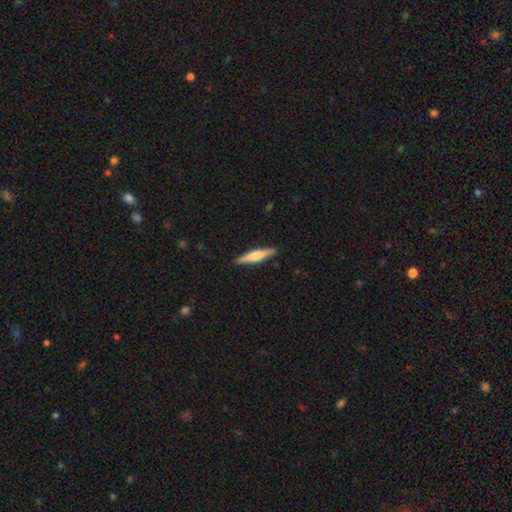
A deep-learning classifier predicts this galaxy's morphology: Q: Smooth or featured?
A: featured or disk (52%); runner-up: smooth (43%)
Q: Edge-on disk?
A: yes (97%); runner-up: no (3%)
Q: Merging?
A: none (91%); runner-up: minor disturbance (7%)